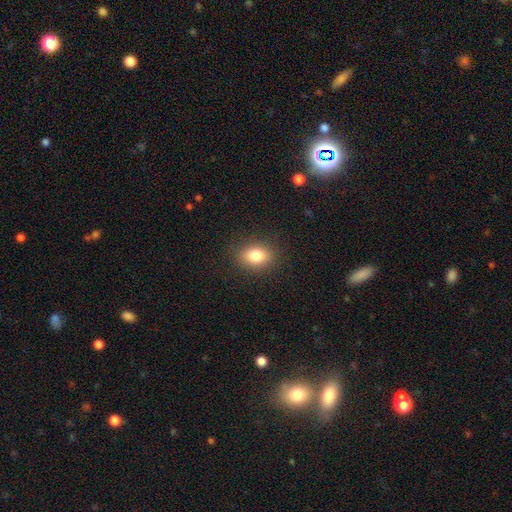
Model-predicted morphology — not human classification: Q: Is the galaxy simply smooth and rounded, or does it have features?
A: smooth — 81%.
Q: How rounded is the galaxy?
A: in between — 67%.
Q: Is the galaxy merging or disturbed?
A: none — 88%.